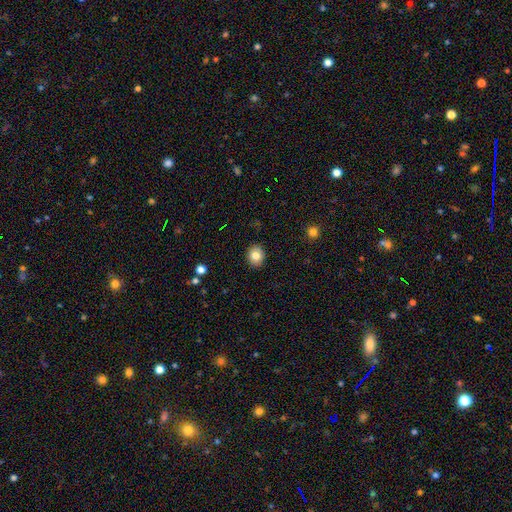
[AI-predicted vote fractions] The model was most divided on "how rounded": round: 59%, in between: 40%, cigar-shaped: 1%. More confident: merging — none (90%); smooth or featured — smooth (82%).